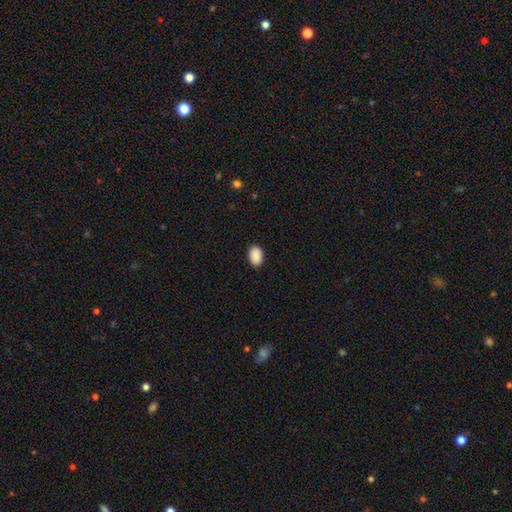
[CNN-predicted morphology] Q: Smooth or featured?
A: smooth (90%); runner-up: star or artifact (7%)
Q: How rounded?
A: in between (86%); runner-up: round (12%)
Q: Merging?
A: none (90%); runner-up: minor disturbance (8%)